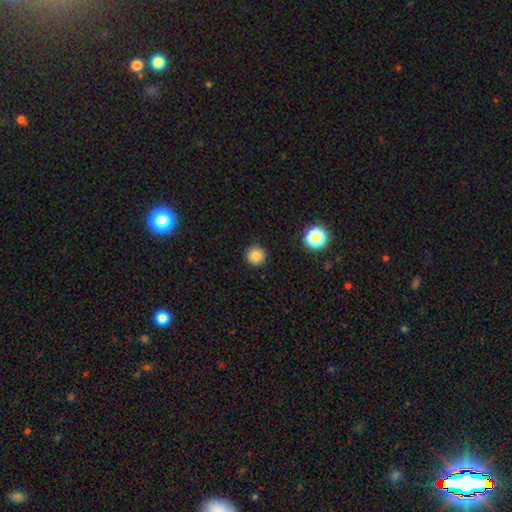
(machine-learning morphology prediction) Smooth or featured: smooth — 83% (star or artifact — 12%)
How rounded: round — 96% (in between — 3%)
Merging: none — 92% (minor disturbance — 5%)